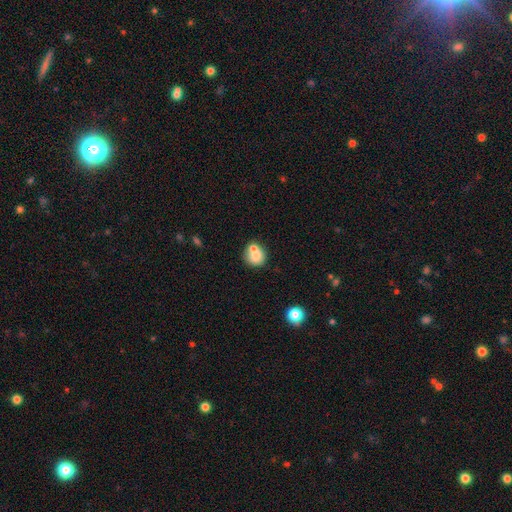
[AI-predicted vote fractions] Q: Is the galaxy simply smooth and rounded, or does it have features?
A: smooth — 76%.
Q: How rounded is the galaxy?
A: round — 87%.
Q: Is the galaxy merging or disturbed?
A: none — 54%.